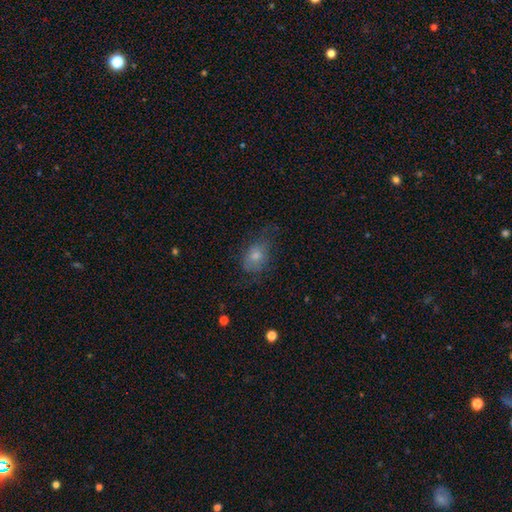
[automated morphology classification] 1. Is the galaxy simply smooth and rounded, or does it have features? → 71% smooth, 19% featured or disk, 10% star or artifact.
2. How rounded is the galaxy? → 71% in between, 27% round, 2% cigar-shaped.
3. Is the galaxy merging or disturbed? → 49% none, 29% minor disturbance, 20% major disturbance, 2% merger.